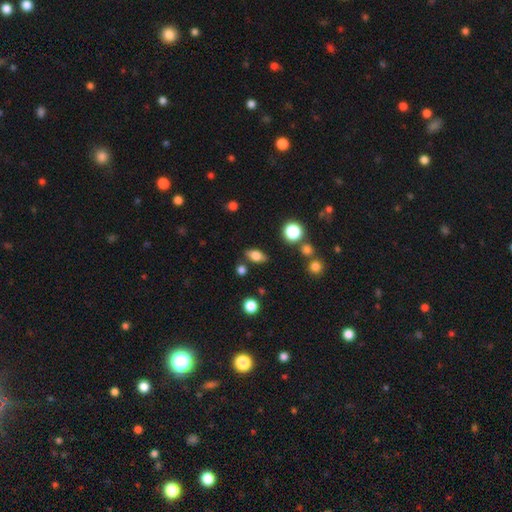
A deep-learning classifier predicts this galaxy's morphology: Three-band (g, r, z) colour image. It shows a smooth galaxy with no disk features (75%) that is in between round and cigar-shaped (82%). Merging: none (80%).